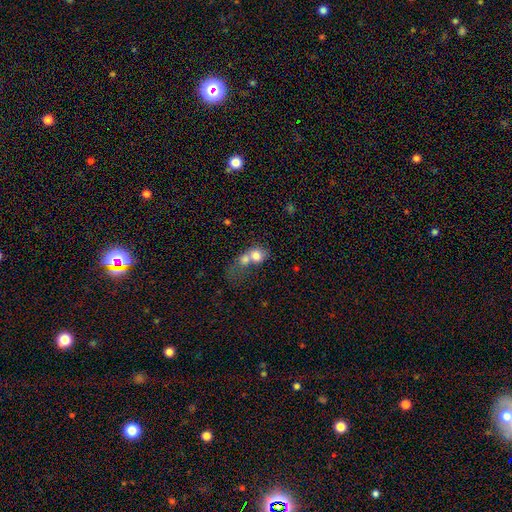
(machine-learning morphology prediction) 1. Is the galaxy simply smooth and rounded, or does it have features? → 71% smooth, 19% featured or disk, 10% star or artifact.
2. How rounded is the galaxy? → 60% round, 38% in between, 2% cigar-shaped.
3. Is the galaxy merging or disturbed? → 74% merger, 13% none, 8% major disturbance, 5% minor disturbance.